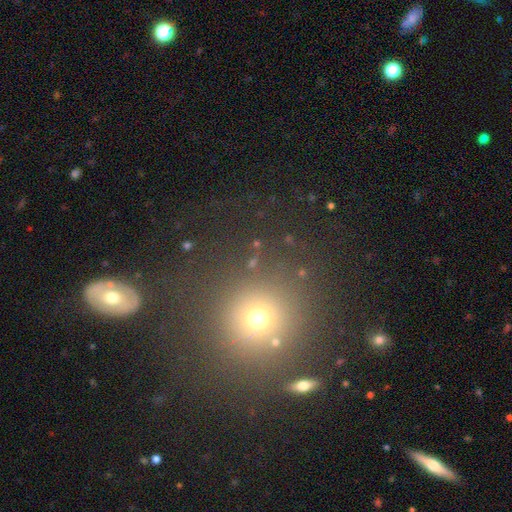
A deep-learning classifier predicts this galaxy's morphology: Q: Smooth or featured?
A: smooth (57%); runner-up: star or artifact (30%)
Q: How rounded?
A: round (92%); runner-up: in between (7%)
Q: Merging?
A: none (79%); runner-up: minor disturbance (10%)